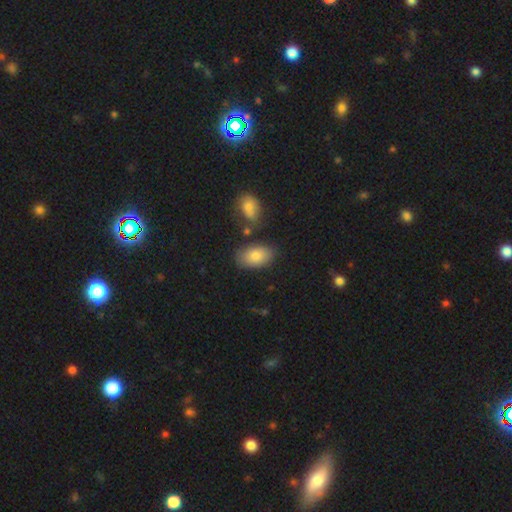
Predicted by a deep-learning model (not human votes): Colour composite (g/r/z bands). It shows a smooth galaxy with no disk features (82%) that is in between round and cigar-shaped (91%). Merging: none (74%).